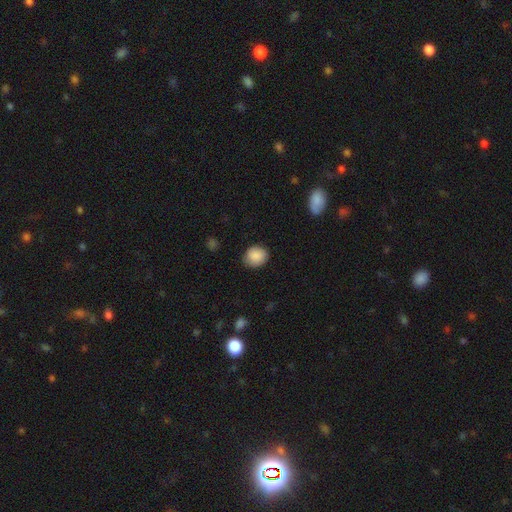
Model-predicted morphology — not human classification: smooth-or-featured: smooth: 89% | star or artifact: 7% | featured or disk: 4%
  how-rounded: round: 67% | in between: 32% | cigar-shaped: 1%
  merging: none: 84% | minor disturbance: 13% | major disturbance: 3% | merger: 1%